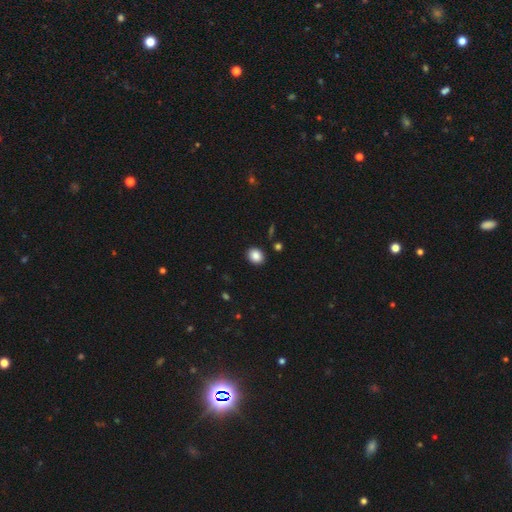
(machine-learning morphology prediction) smooth-or-featured: smooth: 87% | star or artifact: 9% | featured or disk: 4%
  how-rounded: round: 61% | in between: 38% | cigar-shaped: 1%
  merging: none: 90% | minor disturbance: 6% | major disturbance: 2% | merger: 2%